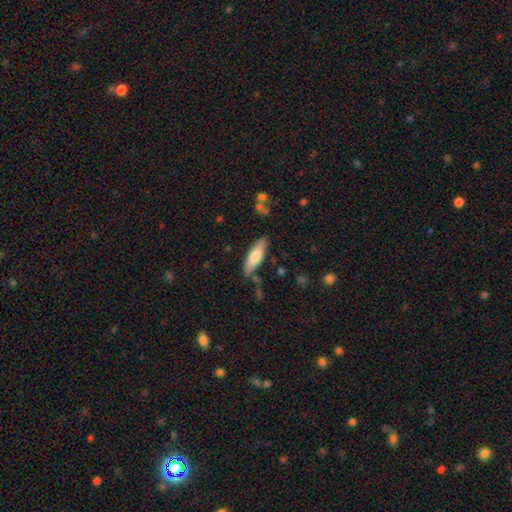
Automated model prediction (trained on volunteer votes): smooth_or_featured: smooth (p=0.72) [alt: featured or disk p=0.22]
how_rounded: cigar-shaped (p=0.53) [alt: in between p=0.45]
merging: none (p=0.80) [alt: minor disturbance p=0.13]